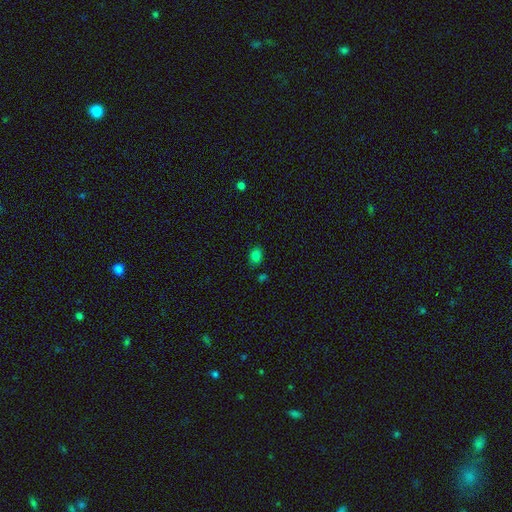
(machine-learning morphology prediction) Smooth or featured?
  - smooth: 79% *
  - star or artifact: 16%
  - featured or disk: 5%
How rounded?
  - in between: 67% *
  - round: 32%
  - cigar-shaped: 1%
Merging?
  - none: 80% *
  - minor disturbance: 13%
  - merger: 4%
  - major disturbance: 3%